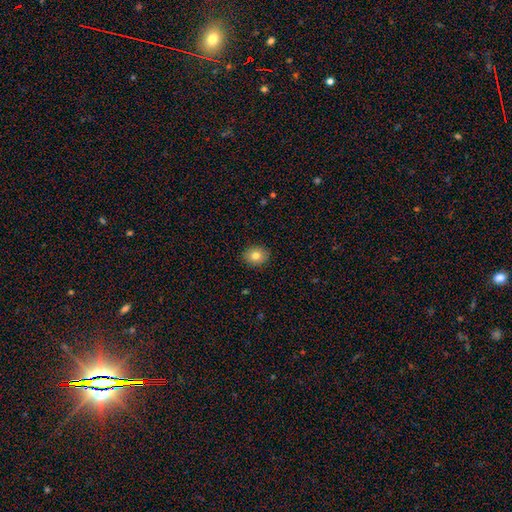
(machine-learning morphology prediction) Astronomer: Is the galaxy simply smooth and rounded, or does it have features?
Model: smooth — 79%.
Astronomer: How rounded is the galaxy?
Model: round — 59% (runner-up: in between, 40%).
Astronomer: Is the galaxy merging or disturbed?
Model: none — 90%.